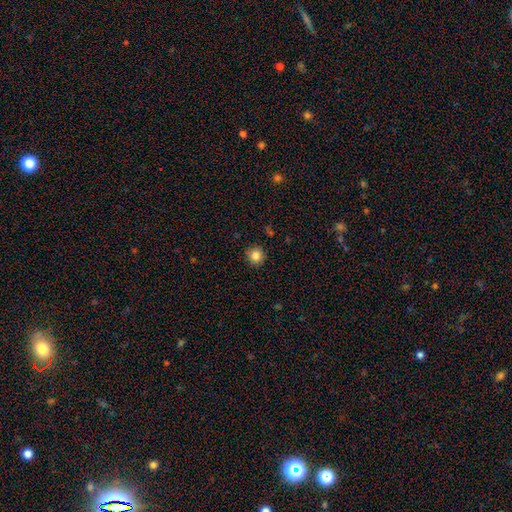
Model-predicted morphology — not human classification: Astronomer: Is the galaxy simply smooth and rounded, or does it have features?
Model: smooth — 84%.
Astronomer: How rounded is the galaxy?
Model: round — 94%.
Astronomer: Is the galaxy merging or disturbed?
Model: none — 91%.